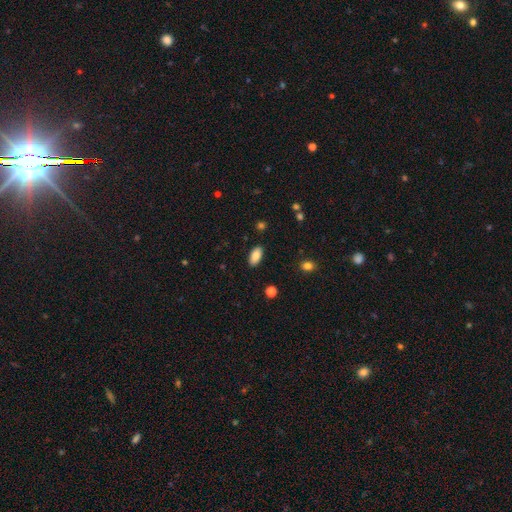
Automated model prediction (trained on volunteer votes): Morphology: type=smooth (87%); roundness=in between (92%); merging=none (88%).